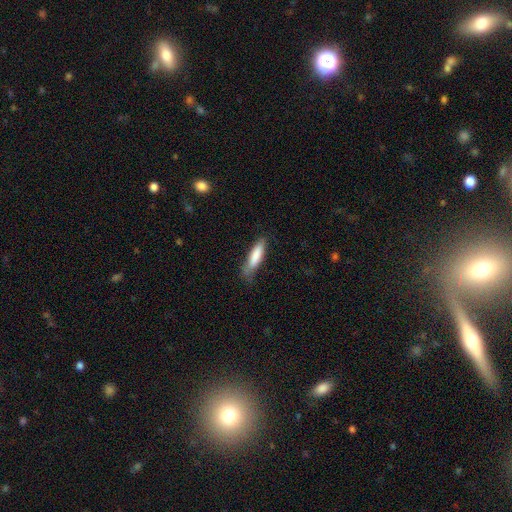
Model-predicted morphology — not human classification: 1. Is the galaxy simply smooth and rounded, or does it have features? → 81% smooth, 13% featured or disk, 6% star or artifact.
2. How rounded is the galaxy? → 68% cigar-shaped, 30% in between, 1% round.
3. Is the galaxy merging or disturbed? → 67% none, 25% minor disturbance, 7% major disturbance, 2% merger.